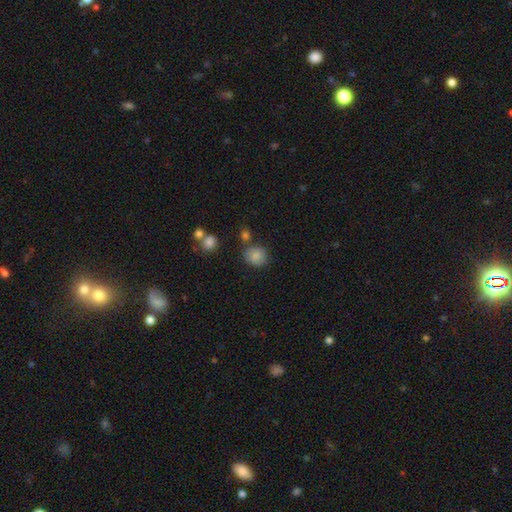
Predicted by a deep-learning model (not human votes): This appears to be a smooth galaxy with no disk features (84%) that is round (75%). Merging: none (74%).